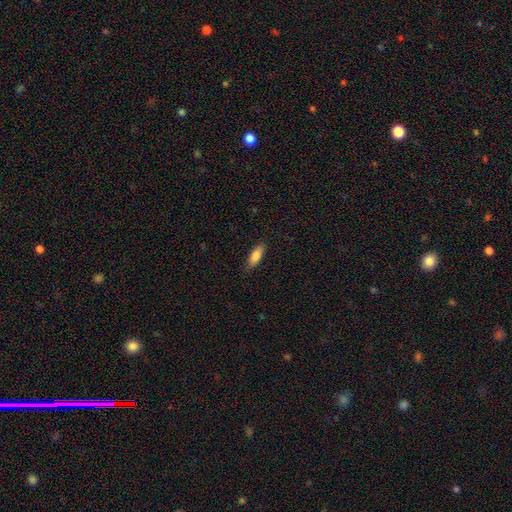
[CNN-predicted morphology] Overall: smooth (83%). How rounded: in between (62%; cigar-shaped 36%). Merging: none (82%).